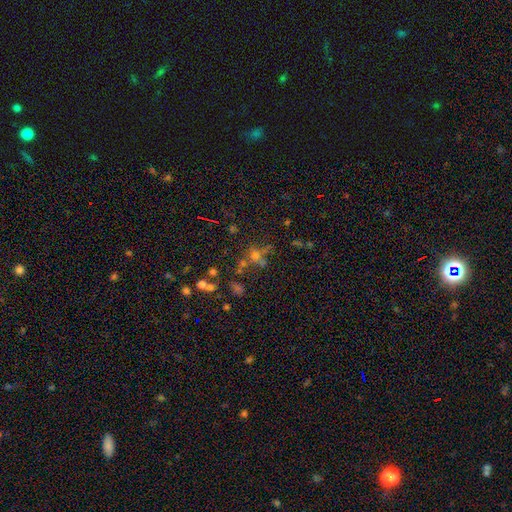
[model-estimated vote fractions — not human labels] Smooth or featured? Predicted: star or artifact (p=0.43).